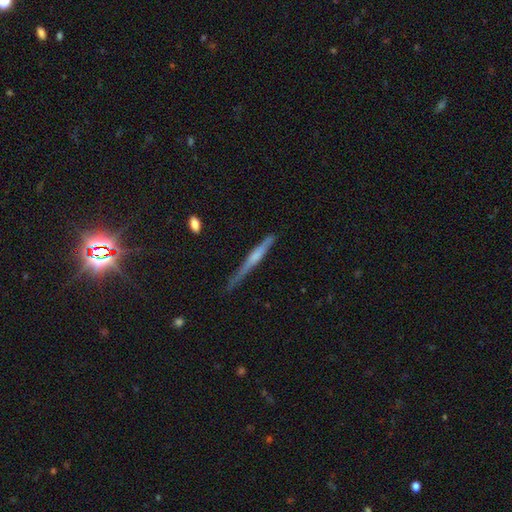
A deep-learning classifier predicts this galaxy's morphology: A featured or disk galaxy (58%) viewed edge-on (97%) with a rounded central bulge (44%). Merging: none (70%).